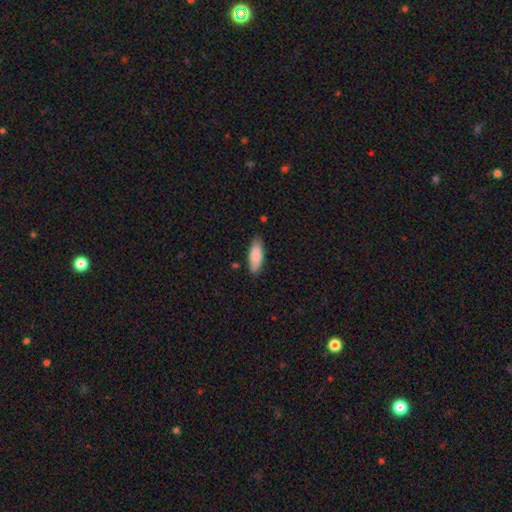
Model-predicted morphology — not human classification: Overall: smooth (86%). How rounded: in between (67%; cigar-shaped 32%). Merging: none (83%).